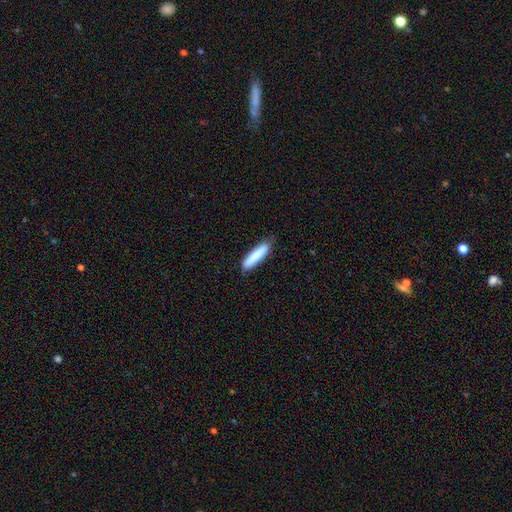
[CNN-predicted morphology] Smooth or featured? smooth (84%)
How rounded? cigar-shaped (83%)
Merging? none (83%)